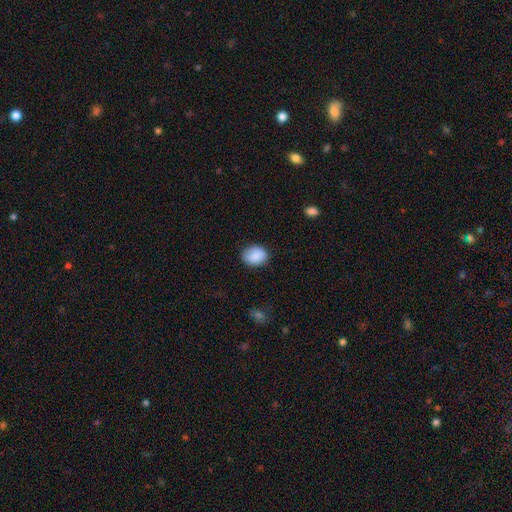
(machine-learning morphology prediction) Smooth or featured? Predicted: smooth (p=0.88). How rounded? Predicted: in between (p=0.60). Merging? Predicted: none (p=0.83).